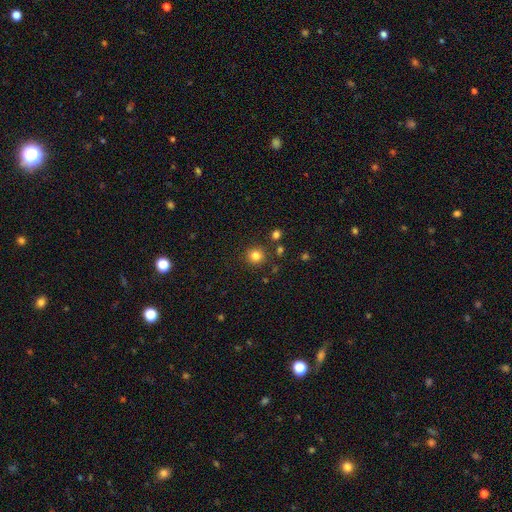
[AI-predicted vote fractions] This appears to be a smooth galaxy with no disk features (82%) that is round (92%). Merging: none (87%).